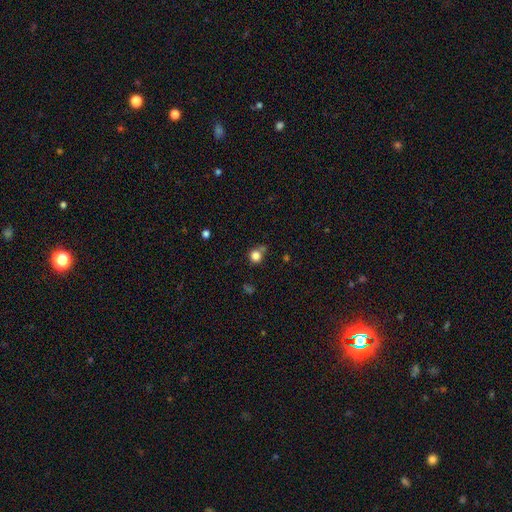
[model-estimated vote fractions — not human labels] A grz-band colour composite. It shows a smooth galaxy with no disk features (82%) that is round (88%). Merging: none (66%).